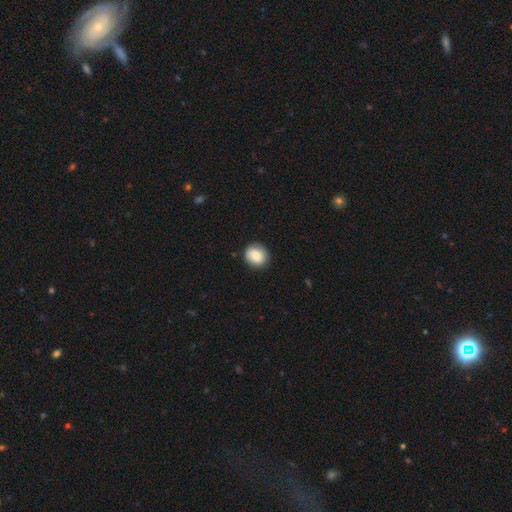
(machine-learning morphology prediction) Smooth or featured? smooth (86%)
How rounded? round (79%)
Merging? none (85%)